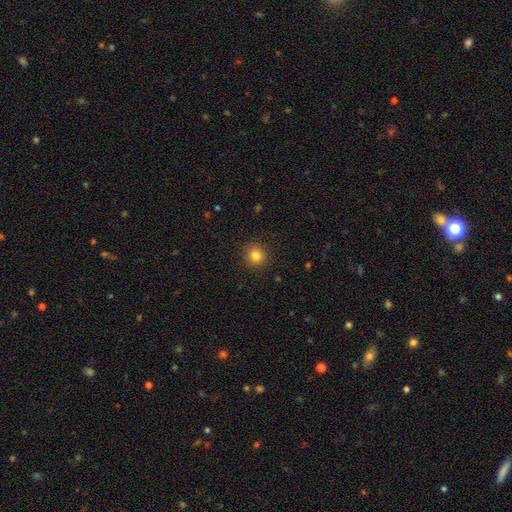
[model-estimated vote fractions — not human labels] Morphology: type=smooth (82%); roundness=round (93%); merging=none (92%).